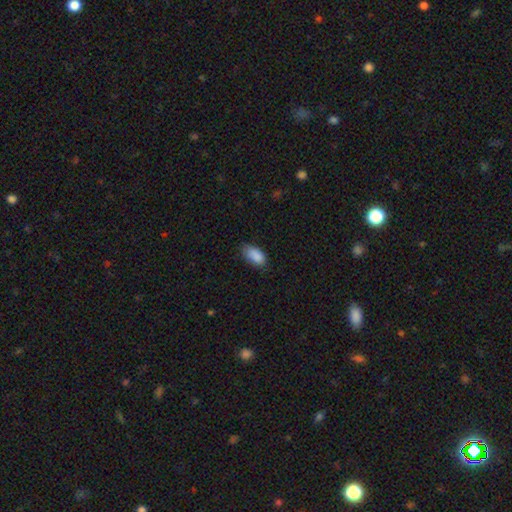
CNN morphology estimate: Overall: smooth (87%). How rounded: in between (93%). Merging: none (68%).